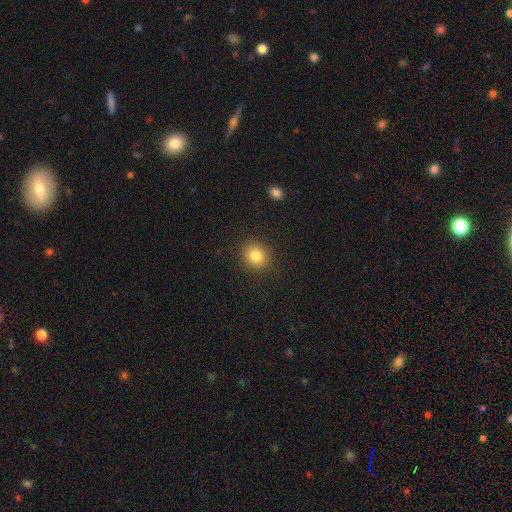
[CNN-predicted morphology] The model was most divided on "how rounded": round: 81%, in between: 18%, cigar-shaped: 1%. More confident: merging — none (89%); smooth or featured — smooth (83%).